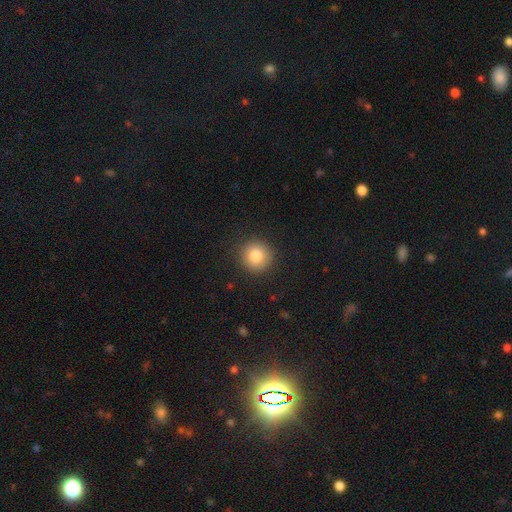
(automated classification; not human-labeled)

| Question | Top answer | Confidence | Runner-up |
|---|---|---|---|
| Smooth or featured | smooth | 84% | star or artifact (9%) |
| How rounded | round | 94% | in between (5%) |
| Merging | none | 90% | minor disturbance (7%) |